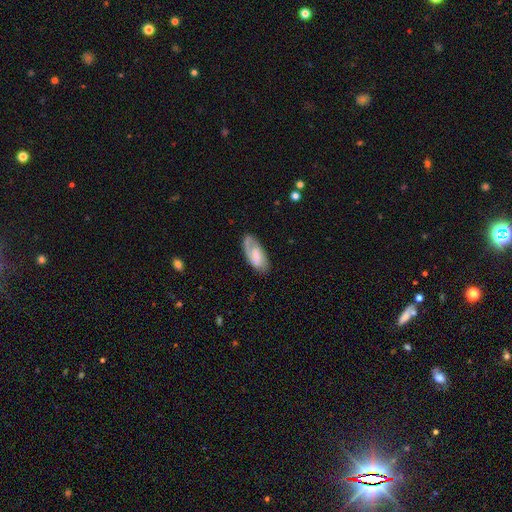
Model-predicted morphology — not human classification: Smooth or featured: featured or disk — 51% (smooth — 43%)
Edge-on disk: no — 92% (yes — 8%)
Merging: none — 74% (minor disturbance — 18%)